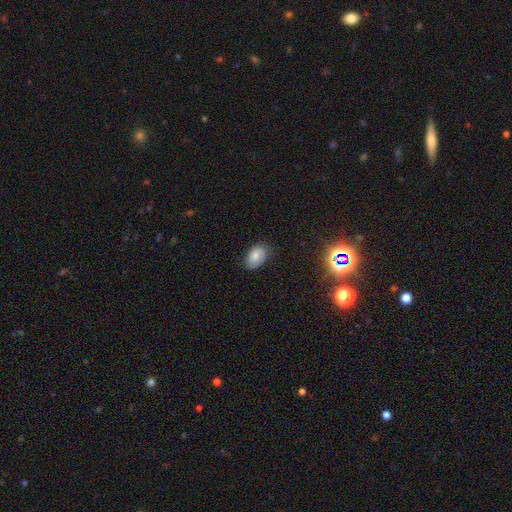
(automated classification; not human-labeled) Overall: smooth (66%). How rounded: in between (87%). Merging: none (72%).